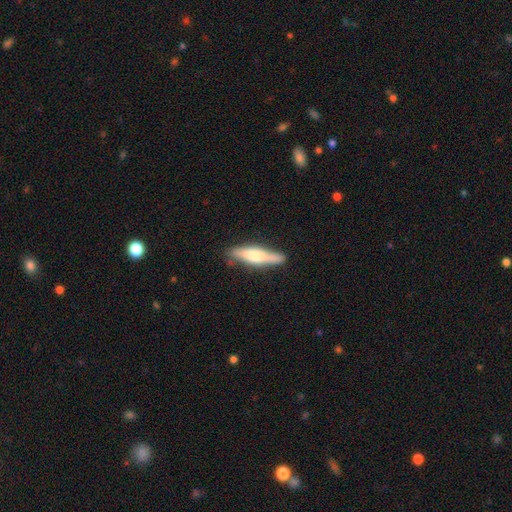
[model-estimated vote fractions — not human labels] The model was most divided on "smooth or featured": smooth: 56%, featured or disk: 38%, star or artifact: 6%. More confident: how rounded — cigar-shaped (77%); merging — none (74%).